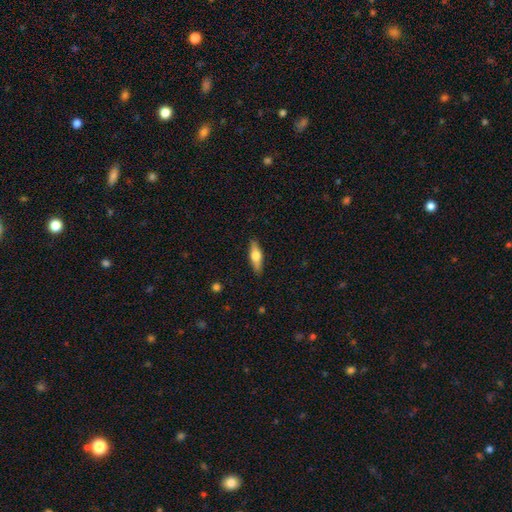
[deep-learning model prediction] A smooth galaxy with no disk features (52%) that is cigar-shaped (50%).

Vote fractions:
- Smooth or featured? smooth: 52% / featured or disk: 42% / star or artifact: 6%
- How rounded? cigar-shaped: 50% / in between: 47% / round: 3%
- Merging? none: 88% / minor disturbance: 9% / major disturbance: 2% / merger: 1%